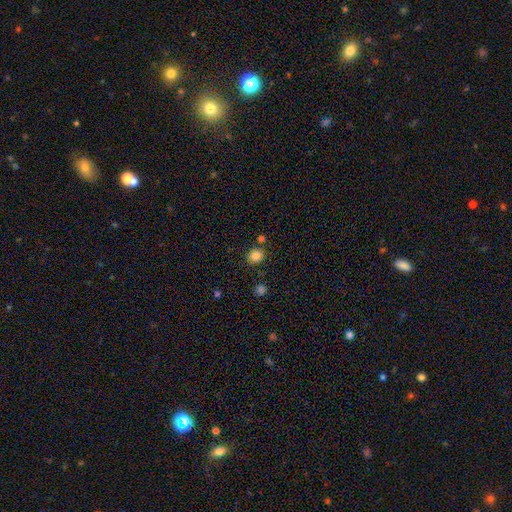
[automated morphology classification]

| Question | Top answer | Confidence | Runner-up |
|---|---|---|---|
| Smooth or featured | smooth | 84% | star or artifact (11%) |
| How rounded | round | 77% | in between (22%) |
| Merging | none | 81% | minor disturbance (10%) |